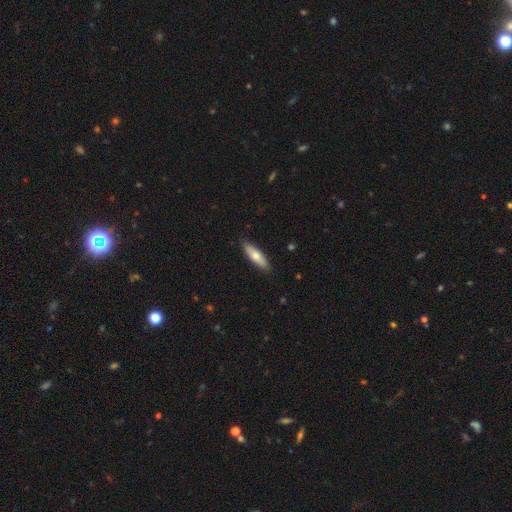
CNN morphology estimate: A smooth galaxy with no disk features (67%) that is cigar-shaped (57%). Merging: none (88%).